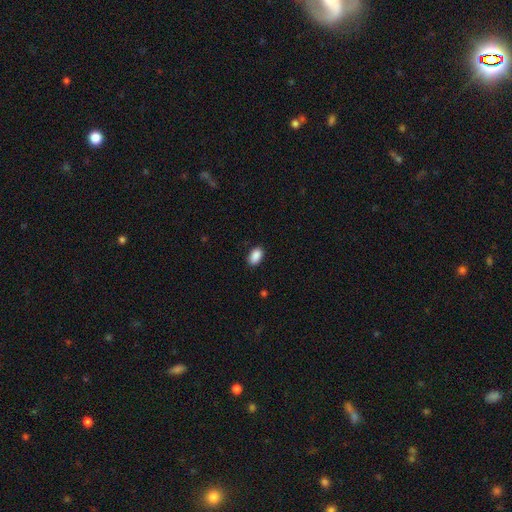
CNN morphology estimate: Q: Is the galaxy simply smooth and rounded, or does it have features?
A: smooth — 90%.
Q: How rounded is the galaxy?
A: in between — 91%.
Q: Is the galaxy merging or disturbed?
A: none — 87%.